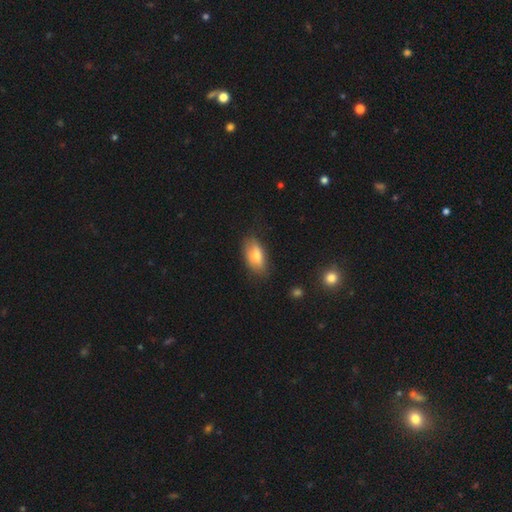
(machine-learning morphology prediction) Smooth or featured? Predicted: smooth (p=0.72). How rounded? Predicted: in between (p=0.88). Merging? Predicted: none (p=0.75).